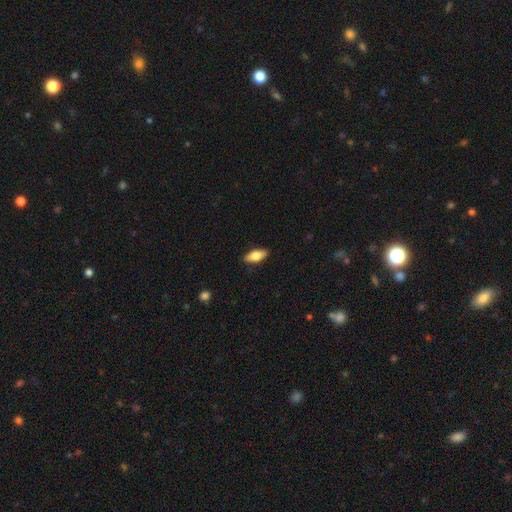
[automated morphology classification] type=smooth (74%); roundness=in between (80%); merging=none (88%).